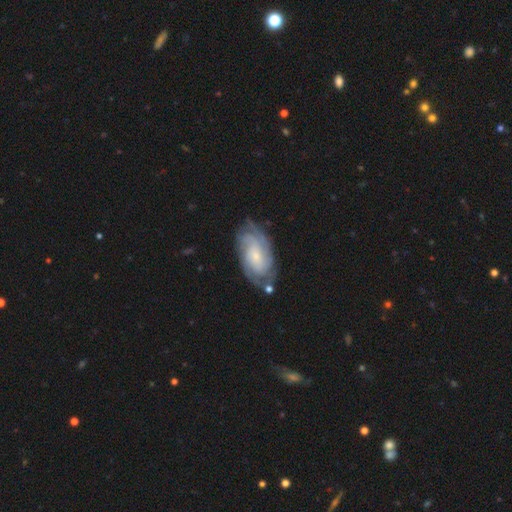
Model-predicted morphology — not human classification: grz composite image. It shows a featured or disk galaxy (80%) with no bar (65%), tight (68%) spiral arms (96%) and a small central bulge (67%). Merging: none (72%).